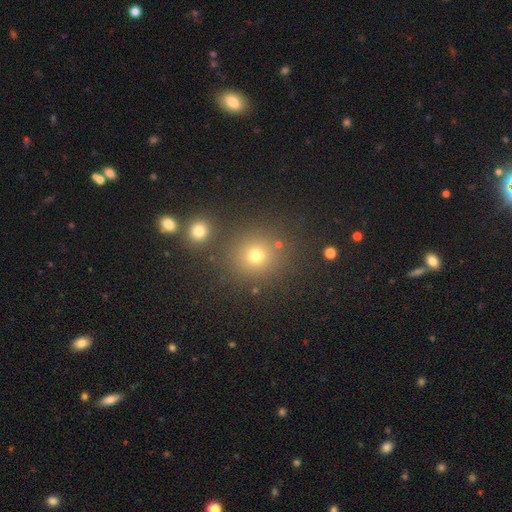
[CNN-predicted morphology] The model was most divided on "smooth or featured": smooth: 69%, star or artifact: 24%, featured or disk: 7%. More confident: how rounded — round (90%); merging — none (82%).